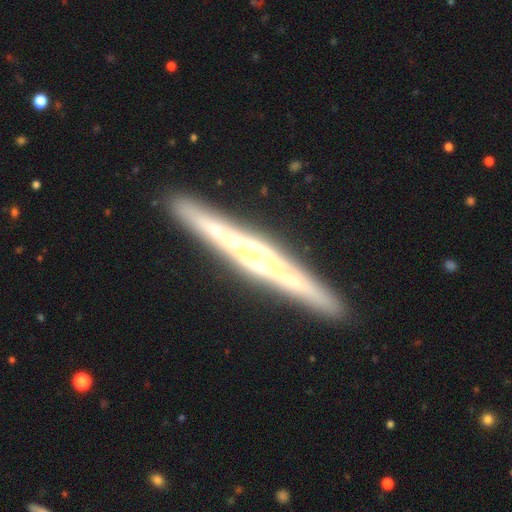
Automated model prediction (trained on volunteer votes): A featured or disk galaxy (82%) viewed edge-on (97%) with a rounded central bulge (44%). Merging: none (90%).